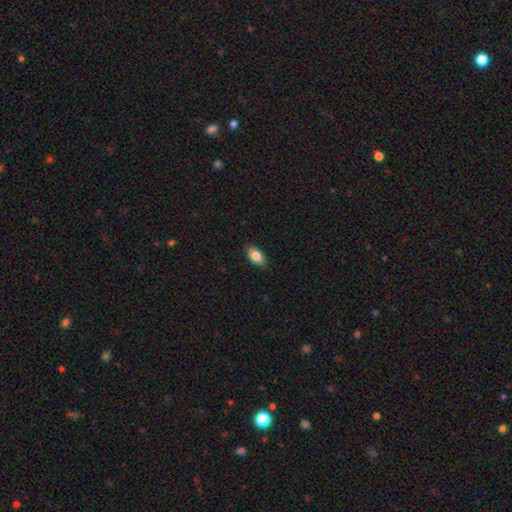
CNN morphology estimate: Smooth or featured? Predicted: smooth (p=0.84). How rounded? Predicted: in between (p=0.92). Merging? Predicted: none (p=0.88).